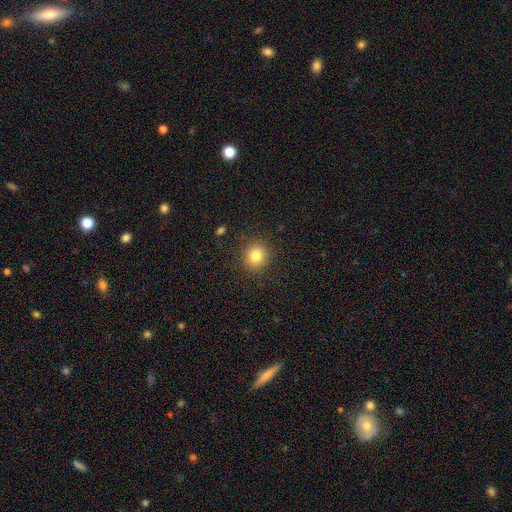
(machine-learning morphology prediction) Smooth or featured: smooth — 81% (star or artifact — 12%)
How rounded: round — 90% (in between — 9%)
Merging: none — 89% (minor disturbance — 7%)